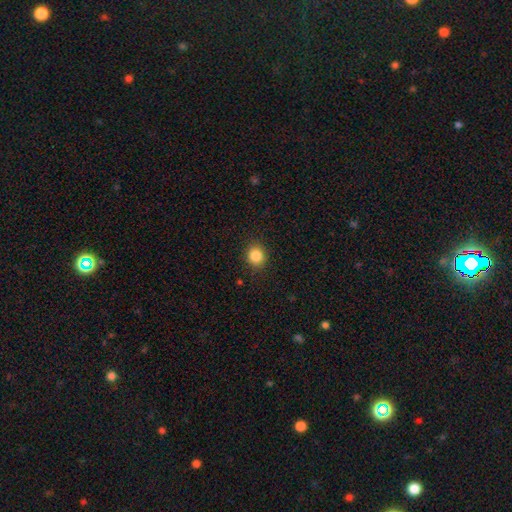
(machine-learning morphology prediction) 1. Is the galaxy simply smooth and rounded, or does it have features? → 85% smooth, 10% star or artifact, 4% featured or disk.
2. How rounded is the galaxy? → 80% round, 19% in between, 1% cigar-shaped.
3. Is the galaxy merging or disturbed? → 89% none, 8% minor disturbance, 2% major disturbance, 1% merger.